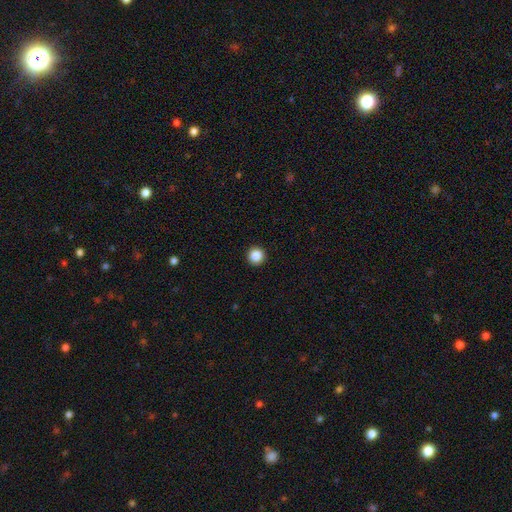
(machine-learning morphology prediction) This appears to be a smooth galaxy with no disk features (87%) that is round (96%). Merging: none (94%).